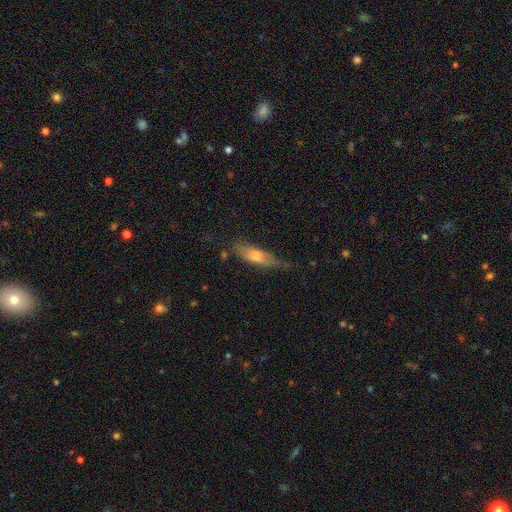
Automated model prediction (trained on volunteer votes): This is likely a smooth galaxy (64%). How rounded: possibly cigar-shaped (55%). Merging: possibly none (54%).